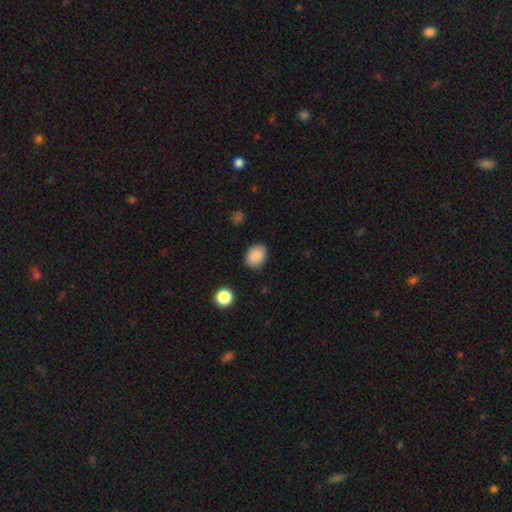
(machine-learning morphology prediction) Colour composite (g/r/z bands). It shows a smooth galaxy with no disk features (87%) that is in between round and cigar-shaped (57%). Merging: none (84%).